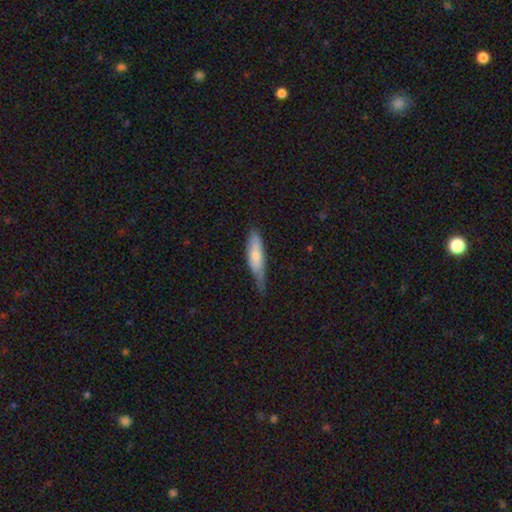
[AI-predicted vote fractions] This appears to be a smooth galaxy with no disk features (67%) that is cigar-shaped (60%). Merging: none (45%).